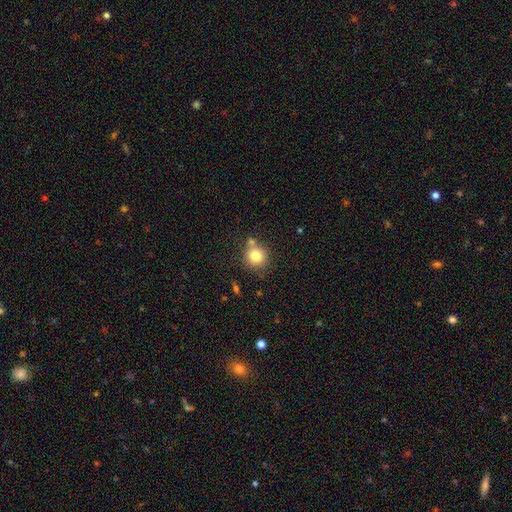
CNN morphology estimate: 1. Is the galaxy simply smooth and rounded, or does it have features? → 80% smooth, 11% star or artifact, 9% featured or disk.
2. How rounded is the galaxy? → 91% round, 8% in between, 1% cigar-shaped.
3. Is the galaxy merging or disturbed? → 71% none, 15% merger, 11% minor disturbance, 3% major disturbance.